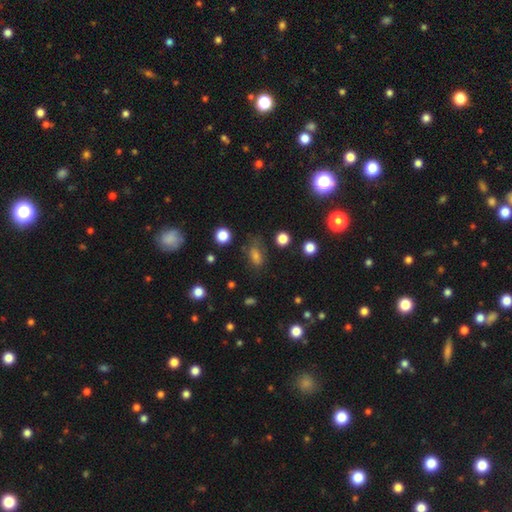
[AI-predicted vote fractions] Smooth or featured? smooth (63%)
How rounded? in between (76%)
Merging? none (61%)